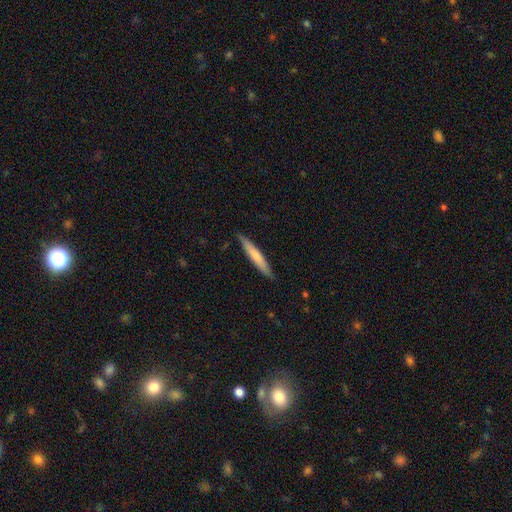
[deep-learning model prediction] smooth-or-featured: smooth: 68% | featured or disk: 28% | star or artifact: 5%
  how-rounded: cigar-shaped: 94% | in between: 5% | round: 1%
  merging: none: 88% | minor disturbance: 9% | major disturbance: 2% | merger: 1%